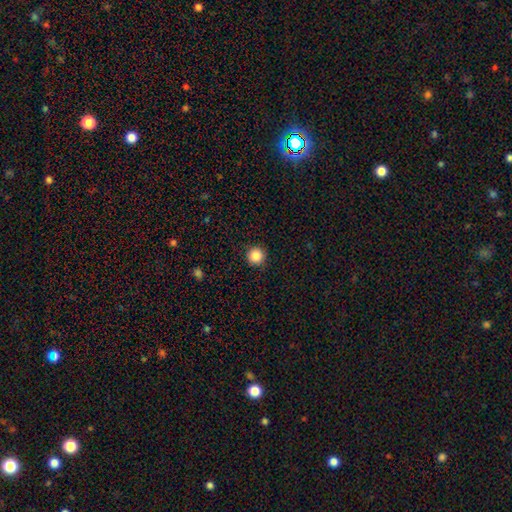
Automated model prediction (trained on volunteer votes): Smooth or featured?
  - smooth: 86% *
  - star or artifact: 10%
  - featured or disk: 4%
How rounded?
  - round: 96% *
  - in between: 3%
  - cigar-shaped: 1%
Merging?
  - none: 92% *
  - minor disturbance: 6%
  - major disturbance: 2%
  - merger: 1%